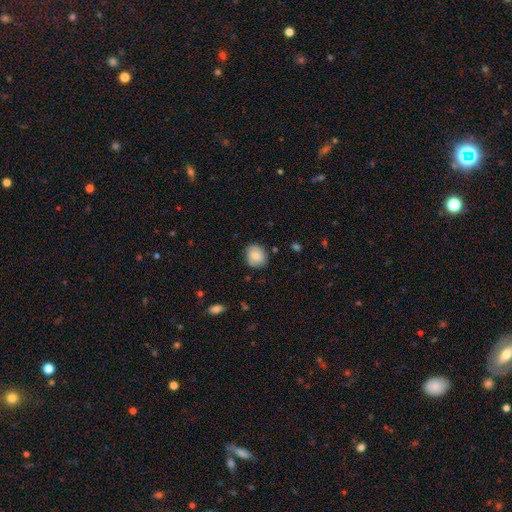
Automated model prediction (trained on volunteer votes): Morphology: type=smooth (83%); roundness=round (71%); merging=none (82%).